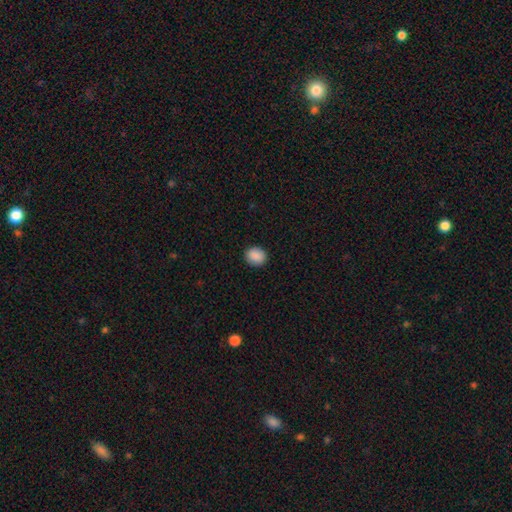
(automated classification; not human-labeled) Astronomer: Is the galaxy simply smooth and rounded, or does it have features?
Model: smooth — 90%.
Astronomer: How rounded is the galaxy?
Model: round — 67%.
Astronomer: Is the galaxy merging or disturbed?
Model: none — 91%.